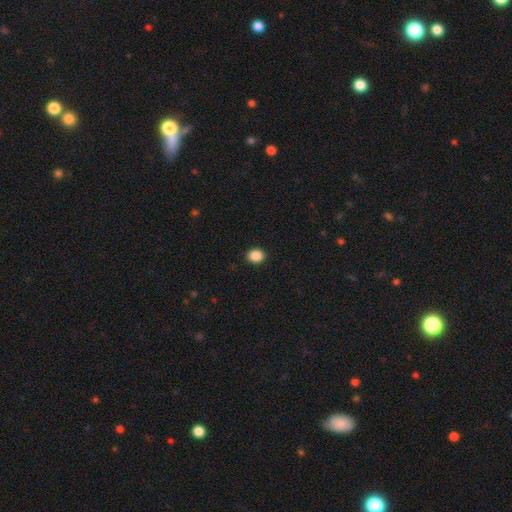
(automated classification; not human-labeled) Smooth or featured?
  - smooth: 88% *
  - star or artifact: 9%
  - featured or disk: 3%
How rounded?
  - round: 58% *
  - in between: 41%
  - cigar-shaped: 1%
Merging?
  - none: 92% *
  - minor disturbance: 6%
  - major disturbance: 2%
  - merger: 1%